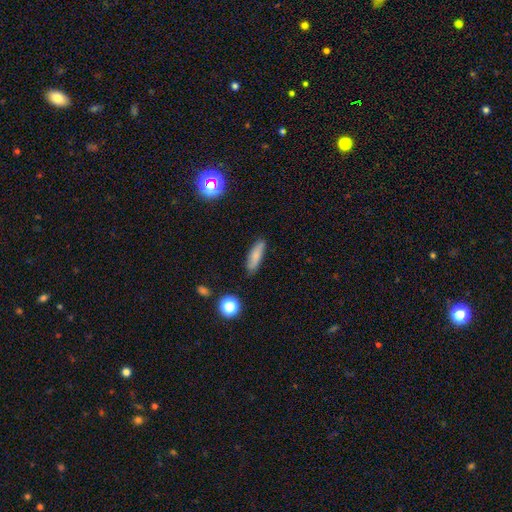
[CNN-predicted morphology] Smooth or featured? smooth (78%)
How rounded? cigar-shaped (60%)
Merging? none (83%)